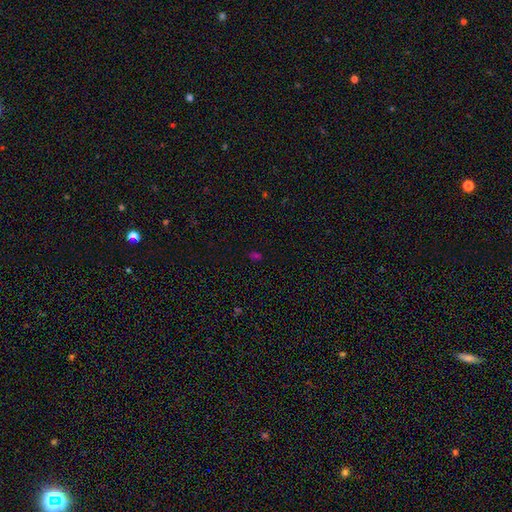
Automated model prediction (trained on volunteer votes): smooth-or-featured: smooth: 51% | star or artifact: 42% | featured or disk: 7%
  how-rounded: in between: 76% | round: 21% | cigar-shaped: 3%
  merging: none: 77% | minor disturbance: 14% | major disturbance: 5% | merger: 5%